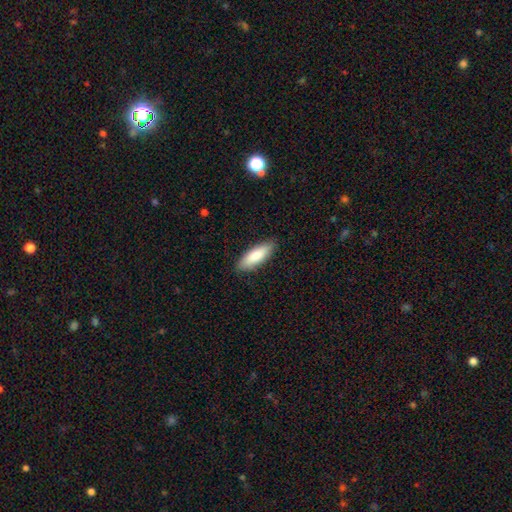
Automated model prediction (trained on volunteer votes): This appears to be a smooth galaxy with no disk features (84%) that is in between round and cigar-shaped (60%). Merging: none (87%).